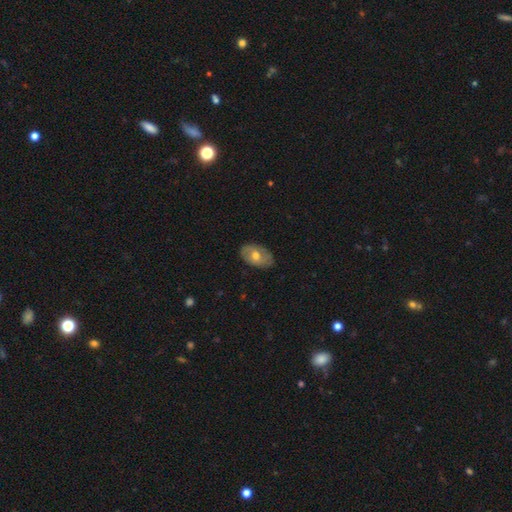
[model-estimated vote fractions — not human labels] Smooth or featured? smooth (54%)
How rounded? in between (88%)
Merging? none (82%)